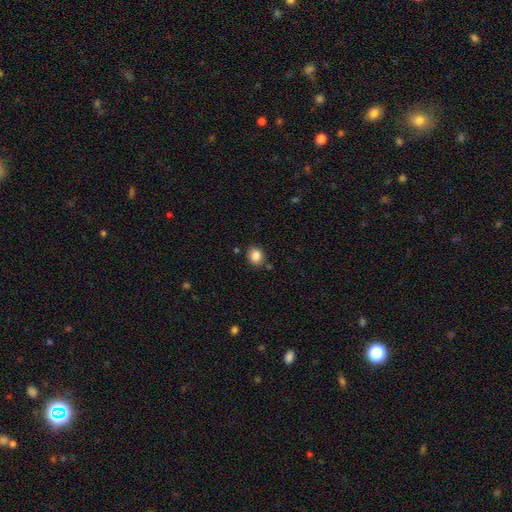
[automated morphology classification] Smooth or featured?
  - smooth: 86% *
  - star or artifact: 9%
  - featured or disk: 4%
How rounded?
  - round: 66% *
  - in between: 33%
  - cigar-shaped: 1%
Merging?
  - none: 83% *
  - minor disturbance: 11%
  - merger: 4%
  - major disturbance: 3%